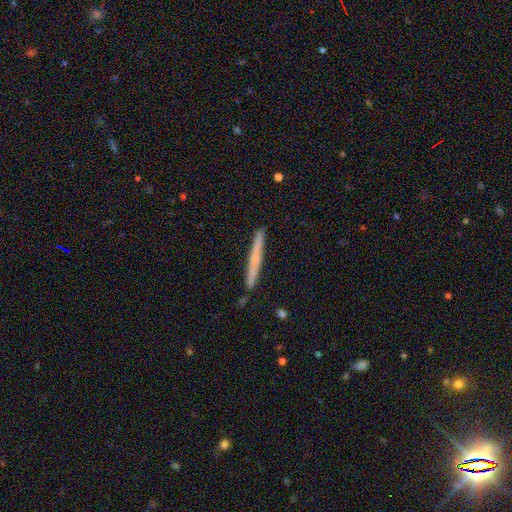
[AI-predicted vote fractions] The model was most divided on "smooth or featured": smooth: 54%, featured or disk: 41%, star or artifact: 6%. More confident: how rounded — cigar-shaped (97%); merging — none (89%).